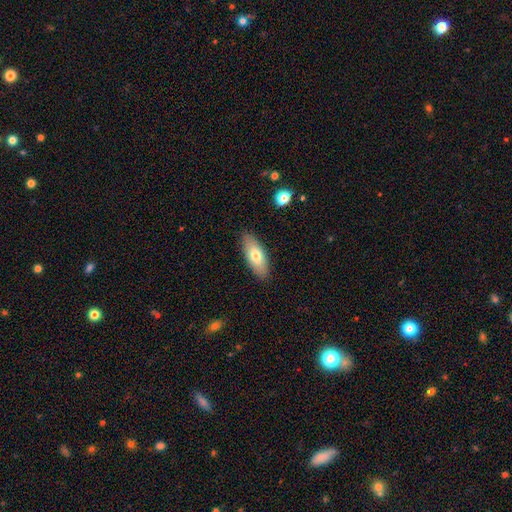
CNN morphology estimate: smooth 73%, featured or disk 21%, star or artifact 6%. Down the decision tree: how rounded — in between (78%); merging — none (87%).